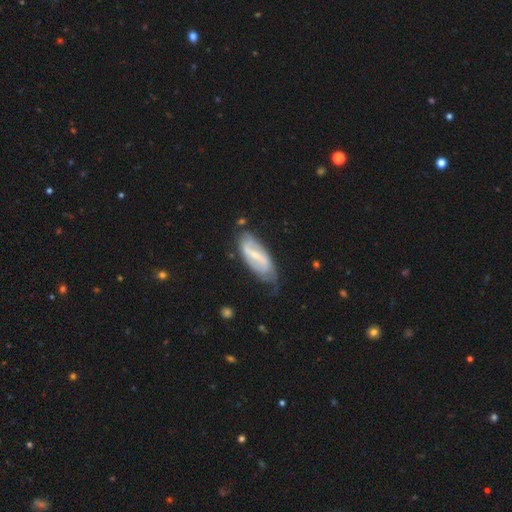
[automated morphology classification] The model was most divided on "spiral winding": loose: 41%, medium: 36%, tight: 23%. More confident: edge-on disk — no (91%); spiral arms — yes (86%); spiral arm count — 2 (78%); smooth or featured — featured or disk (75%); bulge size — small (63%); merging — none (55%); bar — strong (52%).